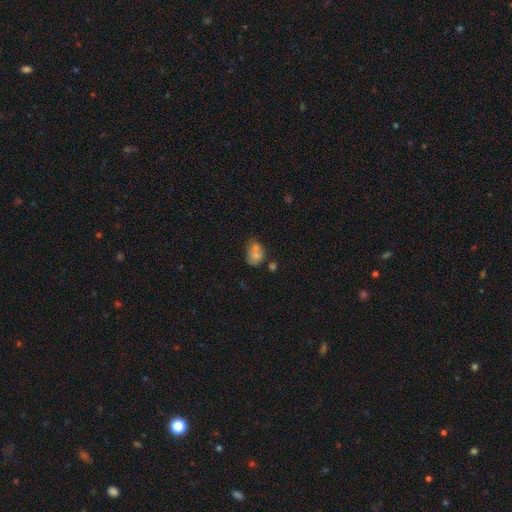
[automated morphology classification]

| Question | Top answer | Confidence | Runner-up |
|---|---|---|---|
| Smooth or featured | smooth | 63% | featured or disk (24%) |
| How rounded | in between | 52% | round (47%) |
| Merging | merger | 41% | none (34%) |